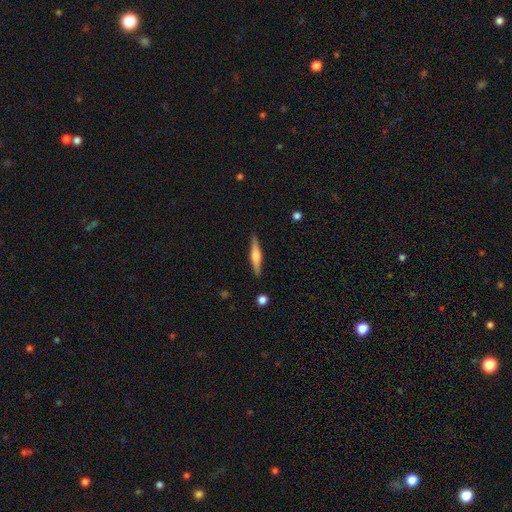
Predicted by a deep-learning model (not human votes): A featured or disk galaxy (58%) viewed edge-on (97%) with a rounded central bulge (77%). Merging: none (89%).